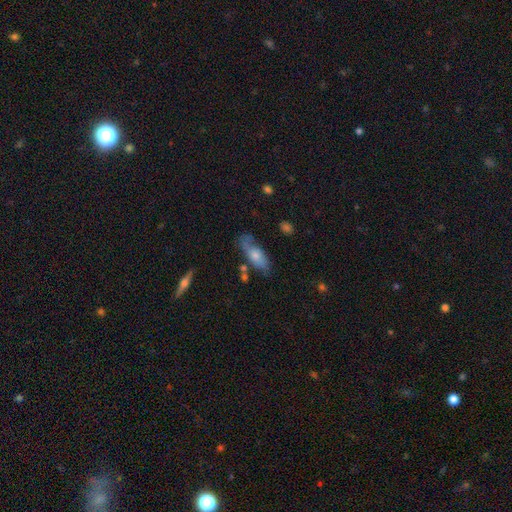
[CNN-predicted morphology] Overall: smooth (62%; featured or disk 32%). How rounded: in between (74%). Merging: none (53%; minor disturbance 28%).